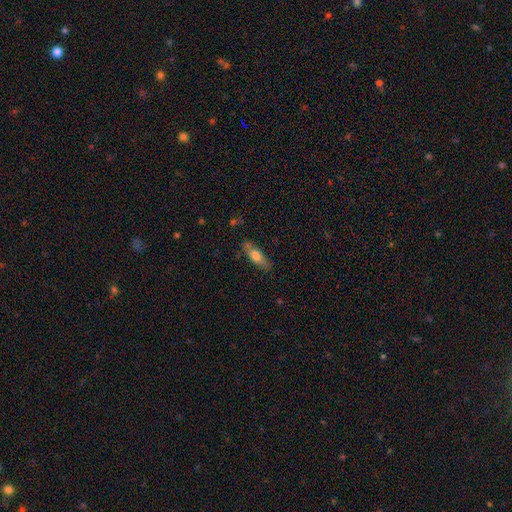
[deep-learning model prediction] This is likely a smooth galaxy (65%). How rounded: possibly in between (51%). Merging: likely none (75%).